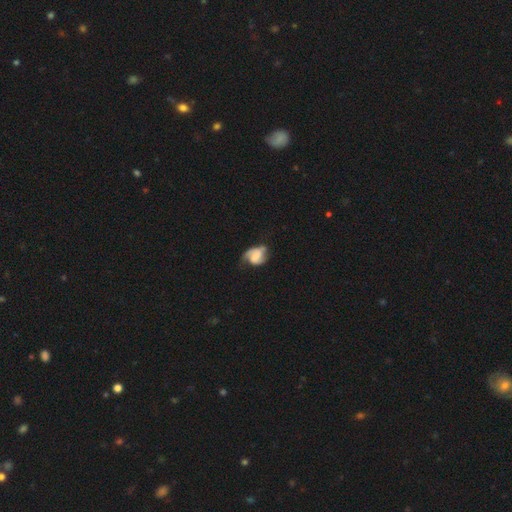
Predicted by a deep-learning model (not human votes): This appears to be a featured or disk galaxy (57%) with no bar (53%), spiral arms (85%) and no central bulge (42%). Merging: none (41%).